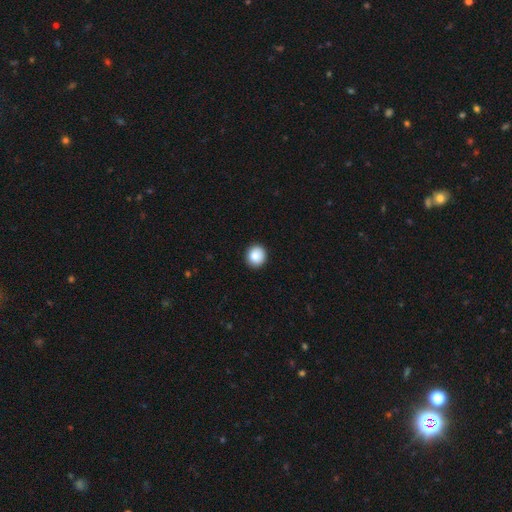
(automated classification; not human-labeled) smooth 87%, star or artifact 8%, featured or disk 4%. Down the decision tree: how rounded — round (88%); merging — none (92%).